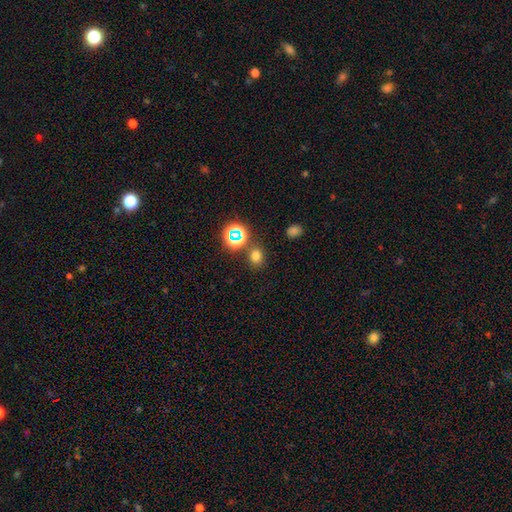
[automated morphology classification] Smooth or featured? Predicted: smooth (p=0.70). How rounded? Predicted: round (p=0.60). Merging? Predicted: none (p=0.80).